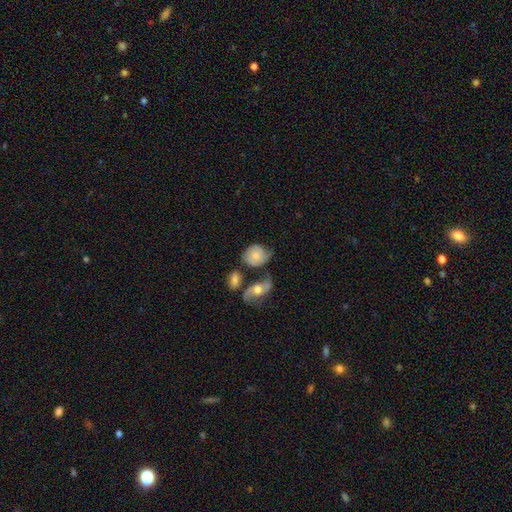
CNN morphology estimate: A smooth galaxy with no disk features (58%) that is round (58%). Merging: none (40%).